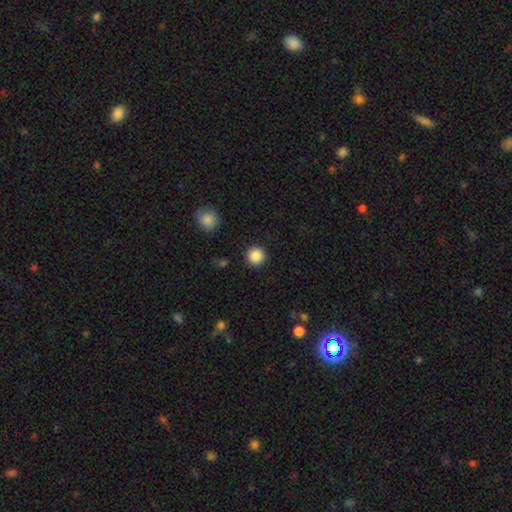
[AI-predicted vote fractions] Smooth or featured?
  - smooth: 87% *
  - star or artifact: 9%
  - featured or disk: 3%
How rounded?
  - round: 95% *
  - in between: 4%
  - cigar-shaped: 1%
Merging?
  - none: 92% *
  - minor disturbance: 5%
  - major disturbance: 2%
  - merger: 1%